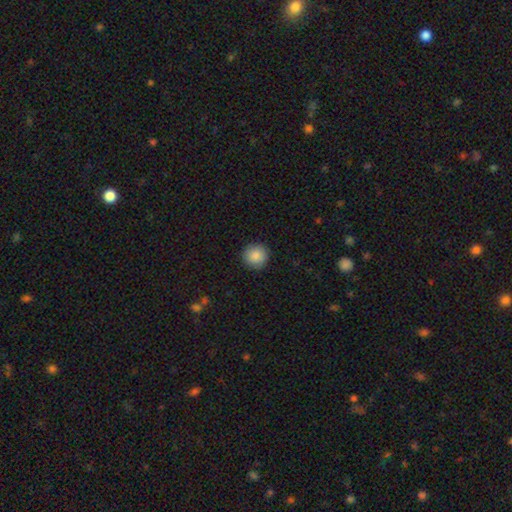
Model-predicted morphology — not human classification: A smooth galaxy with no disk features (89%) that is round (93%).

Vote fractions:
- Smooth or featured? smooth: 89% / star or artifact: 8% / featured or disk: 3%
- How rounded? round: 93% / in between: 6% / cigar-shaped: 1%
- Merging? none: 91% / minor disturbance: 6% / major disturbance: 2% / merger: 1%